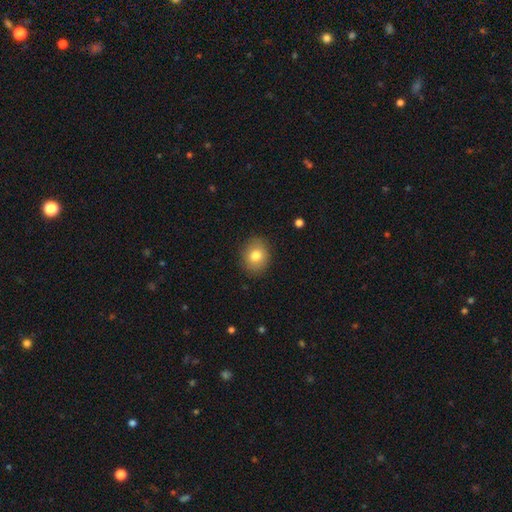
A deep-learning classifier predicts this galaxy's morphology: smooth 81%, featured or disk 10%, star or artifact 9%. Down the decision tree: how rounded — round (62%); merging — none (89%).